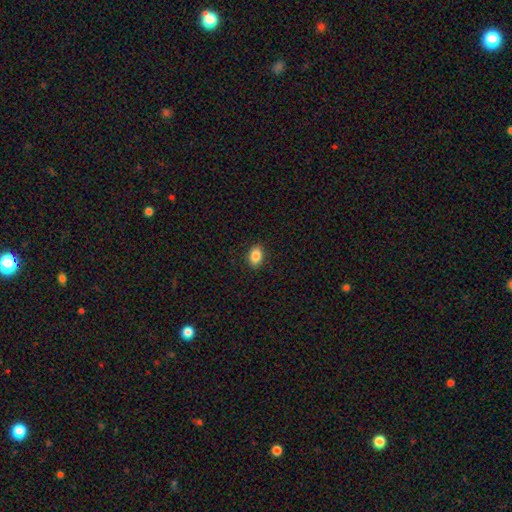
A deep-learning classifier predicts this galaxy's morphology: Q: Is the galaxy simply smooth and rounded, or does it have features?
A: smooth — 86%.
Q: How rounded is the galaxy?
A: in between — 83%.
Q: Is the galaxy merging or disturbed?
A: none — 90%.